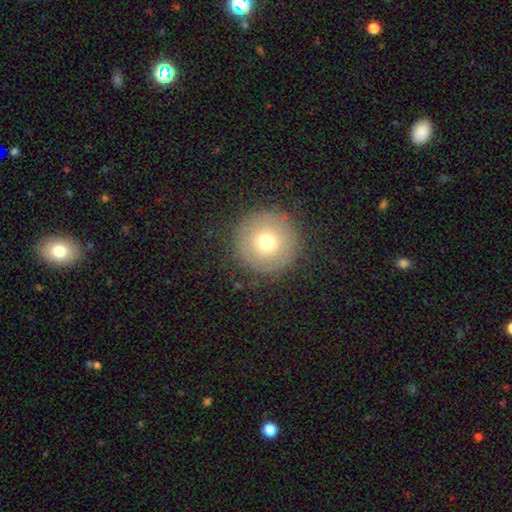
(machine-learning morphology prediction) smooth_or_featured: smooth (p=0.70) [alt: featured or disk p=0.18]
how_rounded: round (p=0.97) [alt: in between p=0.02]
merging: none (p=0.91) [alt: minor disturbance p=0.06]